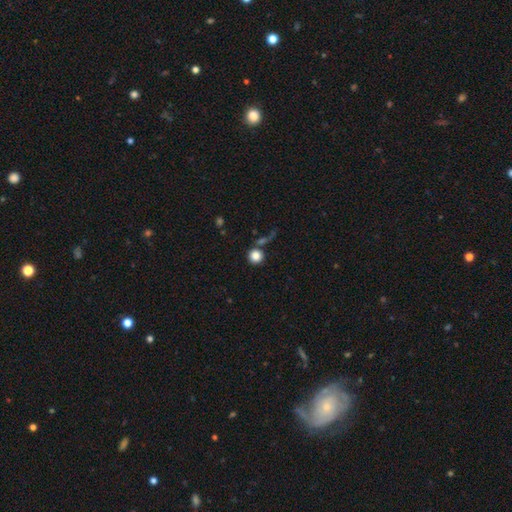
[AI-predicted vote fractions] Morphology: type=smooth (84%); roundness=round (93%); merging=none (70%).